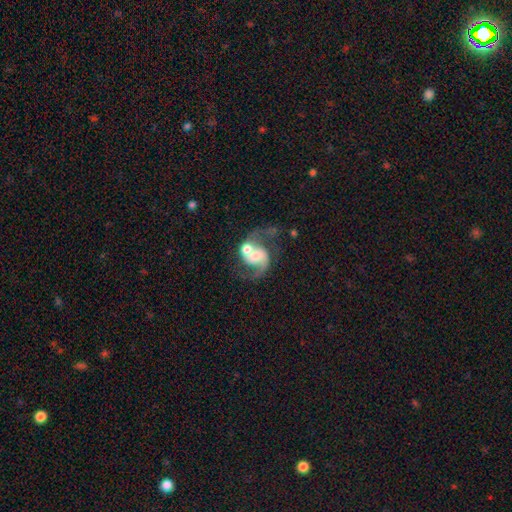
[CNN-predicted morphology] Smooth or featured?
  - featured or disk: 82% *
  - smooth: 11%
  - star or artifact: 6%
Edge-on disk?
  - no: 98% *
  - yes: 2%
Bar?
  - no: 55% *
  - weak: 34%
  - strong: 11%
Spiral arms?
  - yes: 94% *
  - no: 6%
Spiral winding?
  - loose: 46% *
  - medium: 44%
  - tight: 9%
Spiral arm count?
  - 2: 85% *
  - 1: 10%
  - can't tell: 3%
  - 3: 1%
  - 4: 1%
  - more than 4: 1%
Bulge size?
  - moderate: 45% *
  - small: 24%
  - large: 19%
  - none: 8%
  - dominant: 4%
Merging?
  - merger: 41% *
  - none: 35%
  - major disturbance: 13%
  - minor disturbance: 11%